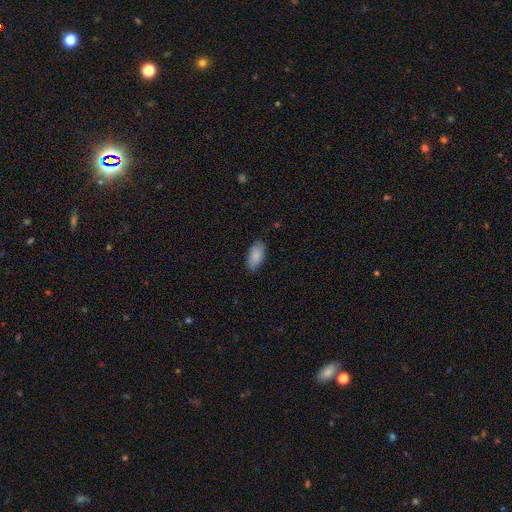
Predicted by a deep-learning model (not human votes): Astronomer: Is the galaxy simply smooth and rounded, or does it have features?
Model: smooth — 88%.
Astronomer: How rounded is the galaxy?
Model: in between — 92%.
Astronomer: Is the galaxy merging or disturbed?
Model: none — 84%.